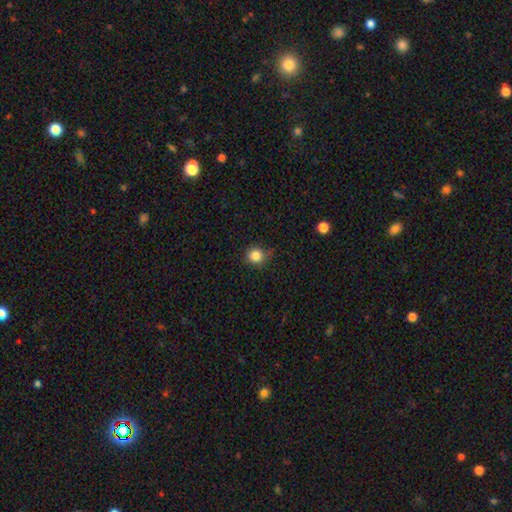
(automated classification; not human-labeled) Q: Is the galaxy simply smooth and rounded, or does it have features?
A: smooth — 84%.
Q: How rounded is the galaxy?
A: round — 89%.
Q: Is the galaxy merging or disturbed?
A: none — 82%.